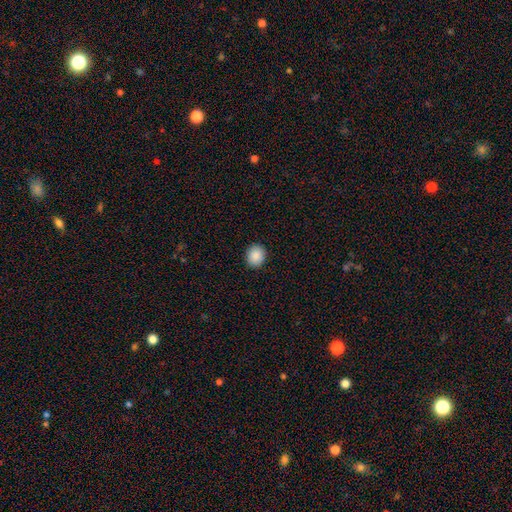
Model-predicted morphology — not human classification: A smooth galaxy with no disk features (89%) that is round (70%). Merging: none (91%).